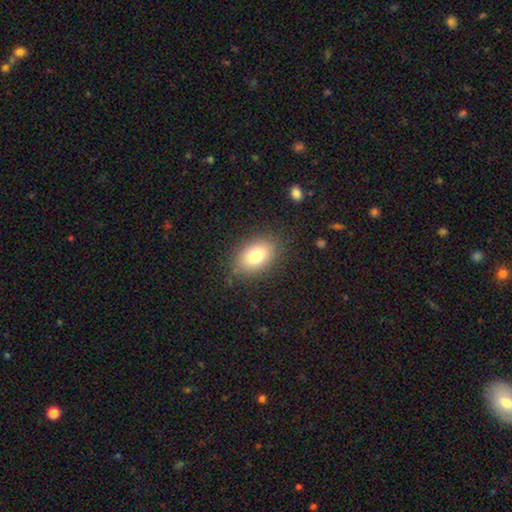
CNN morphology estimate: Smooth or featured: smooth — 79% (featured or disk — 12%)
How rounded: in between — 85% (round — 14%)
Merging: none — 85% (minor disturbance — 11%)